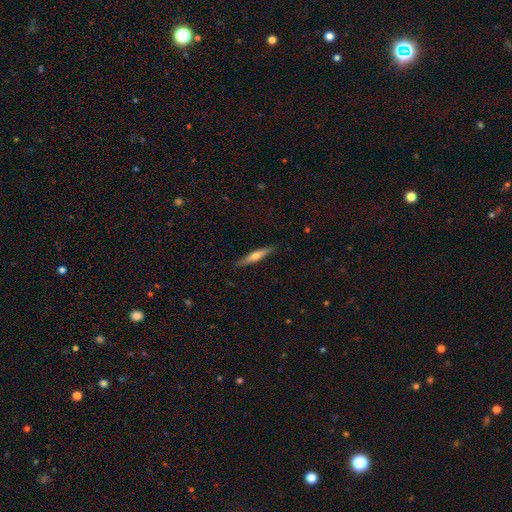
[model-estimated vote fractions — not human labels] Smooth or featured?
  - featured or disk: 50% *
  - smooth: 44%
  - star or artifact: 6%
Merging?
  - none: 88% *
  - minor disturbance: 9%
  - major disturbance: 2%
  - merger: 1%